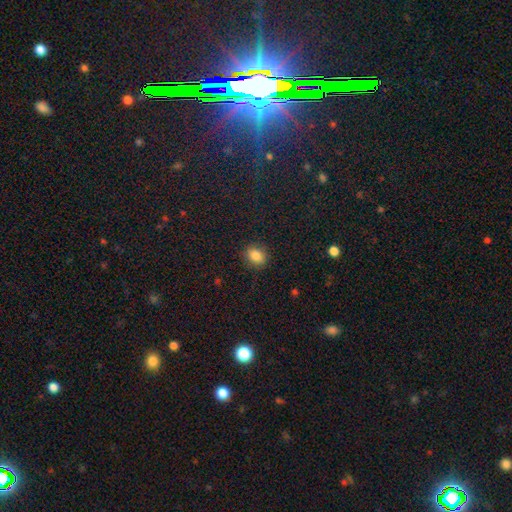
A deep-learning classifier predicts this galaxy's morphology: type=smooth (85%); roundness=in between (57%); merging=none (87%).